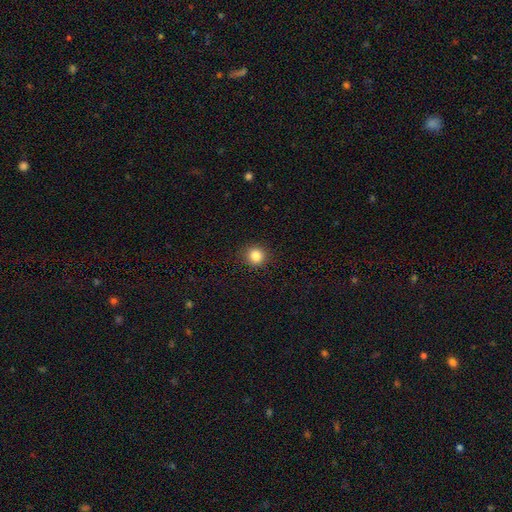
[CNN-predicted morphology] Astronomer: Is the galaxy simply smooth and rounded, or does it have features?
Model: smooth — 85%.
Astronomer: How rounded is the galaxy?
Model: round — 90%.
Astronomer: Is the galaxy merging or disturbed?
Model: none — 90%.